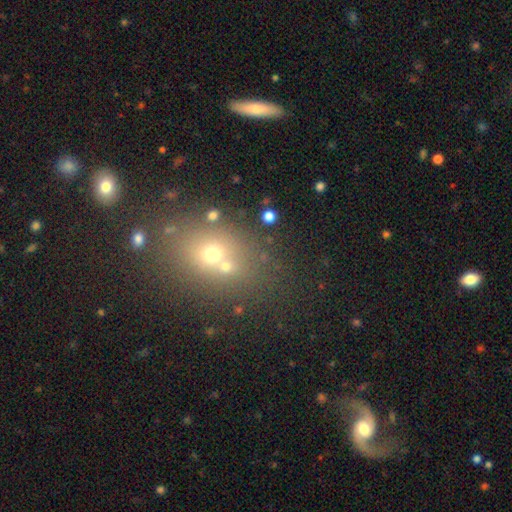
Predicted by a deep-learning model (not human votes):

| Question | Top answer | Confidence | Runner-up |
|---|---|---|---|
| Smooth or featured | smooth | 50% | star or artifact (28%) |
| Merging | none | 55% | merger (30%) |